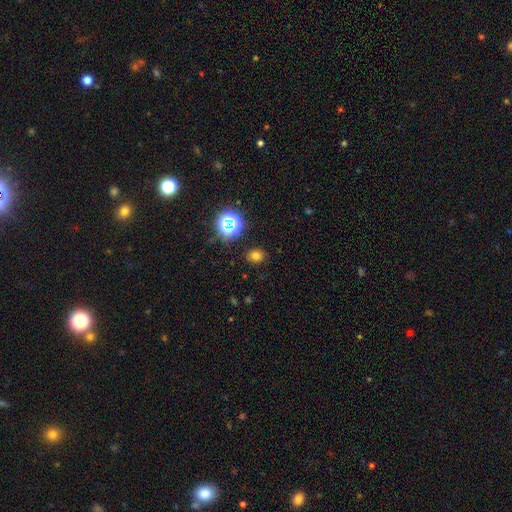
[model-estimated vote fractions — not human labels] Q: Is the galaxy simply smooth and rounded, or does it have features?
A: smooth — 71%.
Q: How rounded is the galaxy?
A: round — 55%.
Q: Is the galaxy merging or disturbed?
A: none — 86%.